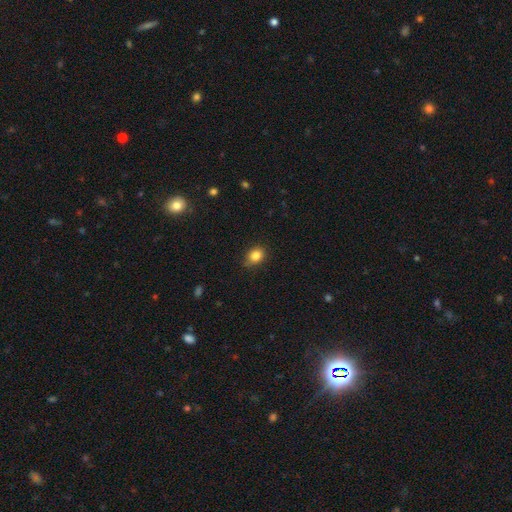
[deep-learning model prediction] smooth 84%, star or artifact 10%, featured or disk 6%. Down the decision tree: how rounded — in between (51%); merging — none (80%).